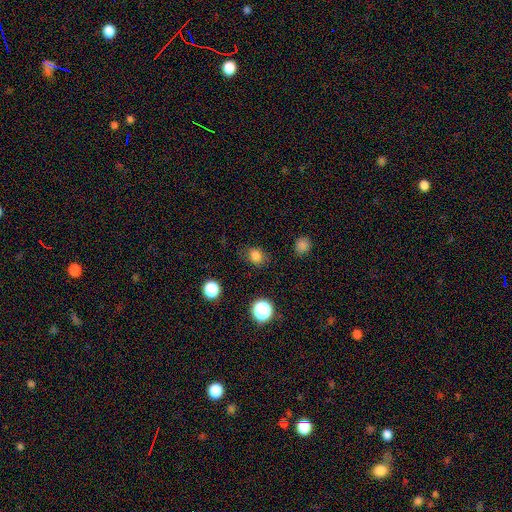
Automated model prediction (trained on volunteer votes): A smooth galaxy with no disk features (81%) that is round (59%).

Vote fractions:
- Smooth or featured? smooth: 81% / star or artifact: 14% / featured or disk: 5%
- How rounded? round: 59% / in between: 40% / cigar-shaped: 1%
- Merging? none: 82% / minor disturbance: 13% / major disturbance: 4% / merger: 2%